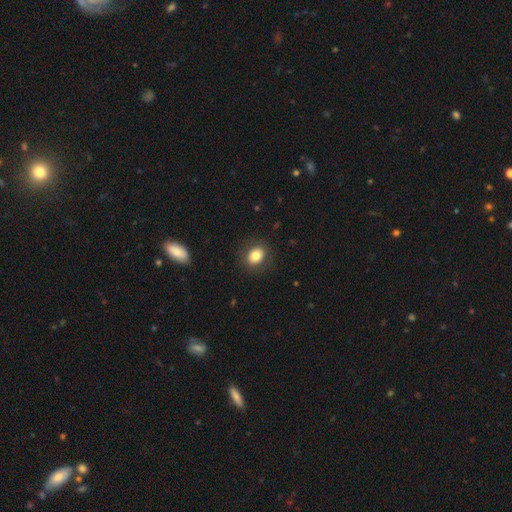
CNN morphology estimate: A smooth galaxy with no disk features (81%) that is round (50%).

Vote fractions:
- Smooth or featured? smooth: 81% / star or artifact: 9% / featured or disk: 9%
- How rounded? round: 50% / in between: 49% / cigar-shaped: 1%
- Merging? none: 87% / minor disturbance: 9% / major disturbance: 3% / merger: 1%